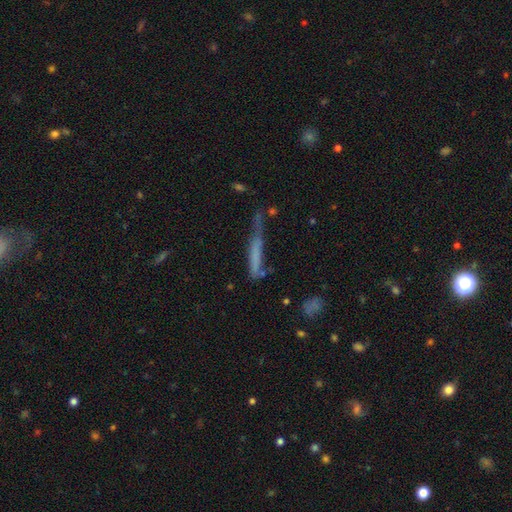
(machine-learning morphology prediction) Smooth or featured: smooth — 56% (featured or disk — 33%)
How rounded: cigar-shaped — 92% (in between — 6%)
Merging: none — 42% (minor disturbance — 28%)